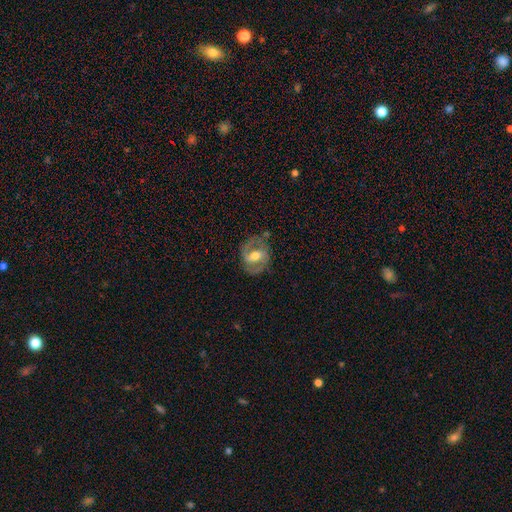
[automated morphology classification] Smooth or featured? featured or disk (77%)
Edge-on disk? no (96%)
Bar? weak (44%)
Spiral arms? yes (84%)
Spiral winding? medium (53%)
Spiral arm count? 2 (86%)
Bulge size? moderate (68%)
Merging? none (73%)